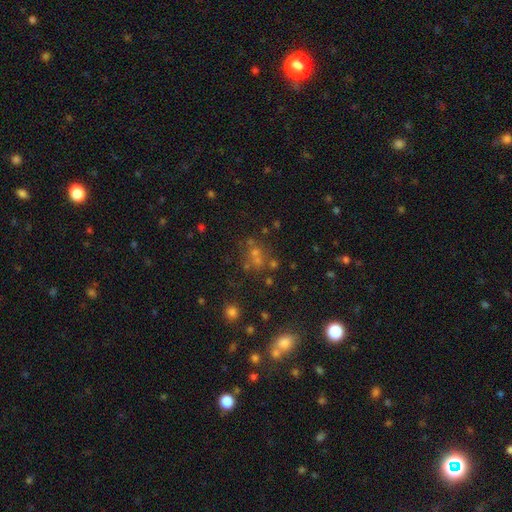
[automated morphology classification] smooth_or_featured: smooth (p=0.45) [alt: star or artifact p=0.37]
merging: none (p=0.51) [alt: merger p=0.32]